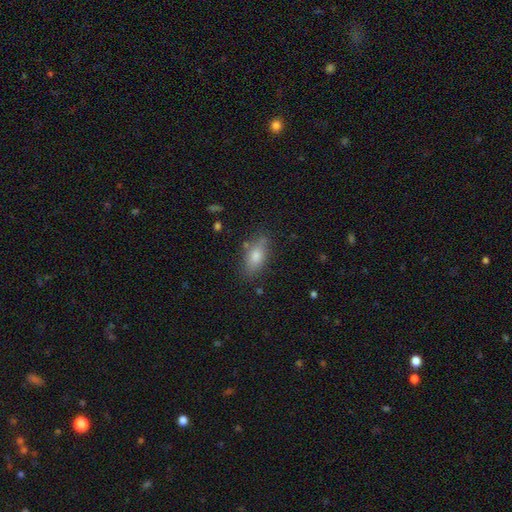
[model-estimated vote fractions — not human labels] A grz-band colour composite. It shows a smooth galaxy with no disk features (74%) that is in between round and cigar-shaped (81%). Merging: none (79%).